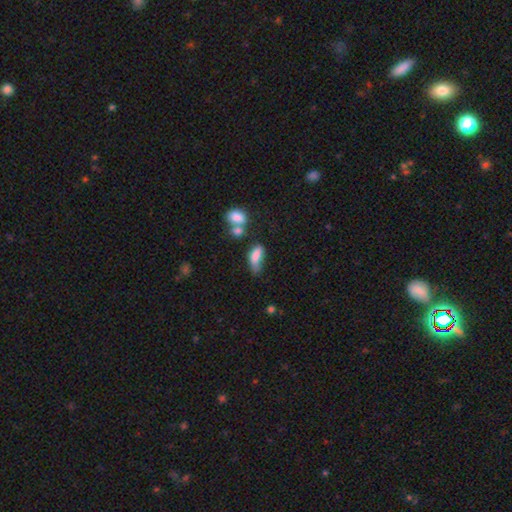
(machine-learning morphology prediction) Overall: smooth (80%). How rounded: in between (79%). Merging: minor disturbance (33%; none 29%).